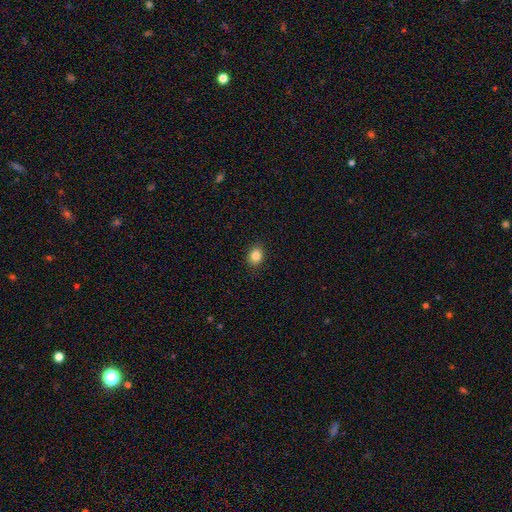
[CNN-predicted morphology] type=smooth (84%); roundness=round (52%); merging=none (90%).